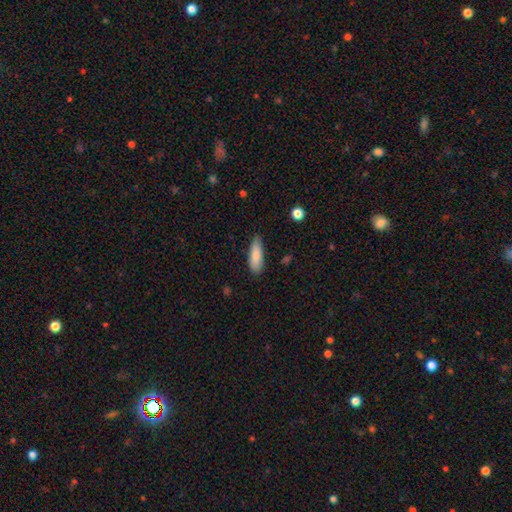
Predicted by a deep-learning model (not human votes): Smooth or featured: smooth — 84% (featured or disk — 10%)
How rounded: in between — 60% (cigar-shaped — 38%)
Merging: none — 77% (minor disturbance — 19%)